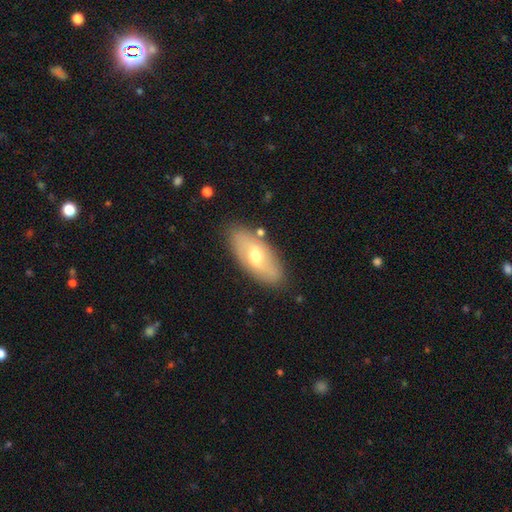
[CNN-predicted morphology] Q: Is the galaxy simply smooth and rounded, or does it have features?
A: featured or disk — 49%.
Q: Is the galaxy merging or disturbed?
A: none — 81%.